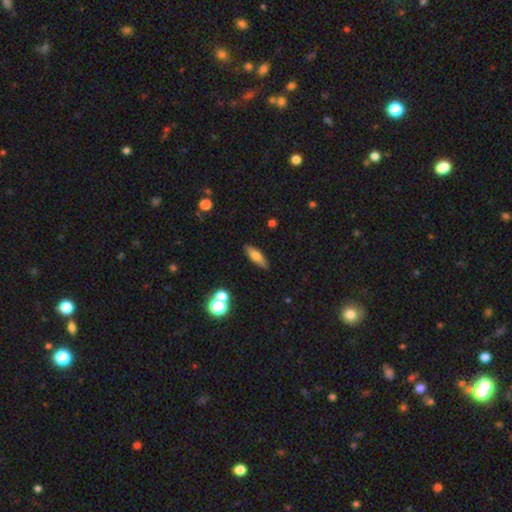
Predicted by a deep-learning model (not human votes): smooth_or_featured: smooth (p=0.69) [alt: featured or disk p=0.22]
how_rounded: cigar-shaped (p=0.54) [alt: in between p=0.43]
merging: none (p=0.86) [alt: minor disturbance p=0.09]